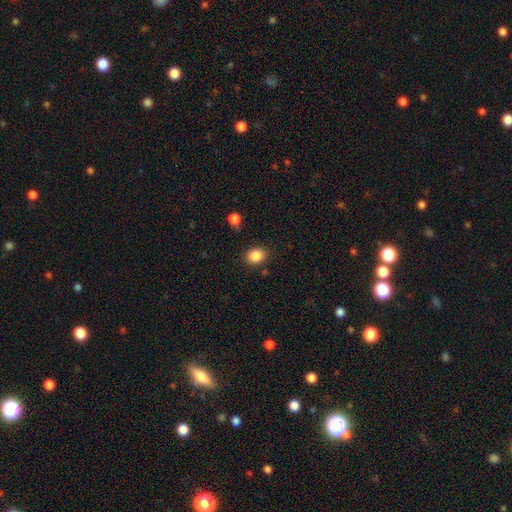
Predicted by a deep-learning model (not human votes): Overall: smooth (87%). How rounded: round (61%; in between 39%). Merging: none (85%).